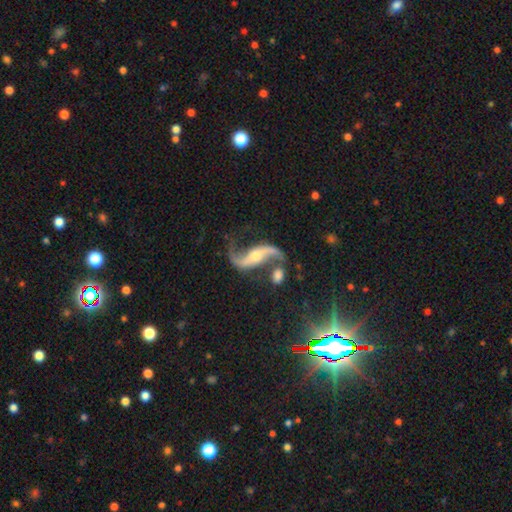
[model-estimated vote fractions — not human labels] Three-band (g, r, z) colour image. It shows a featured or disk galaxy (90%) with no bar (40%), 2 (93%) loose (85%) spiral arms (97%) and a moderate central bulge (56%). Merging: none (64%).